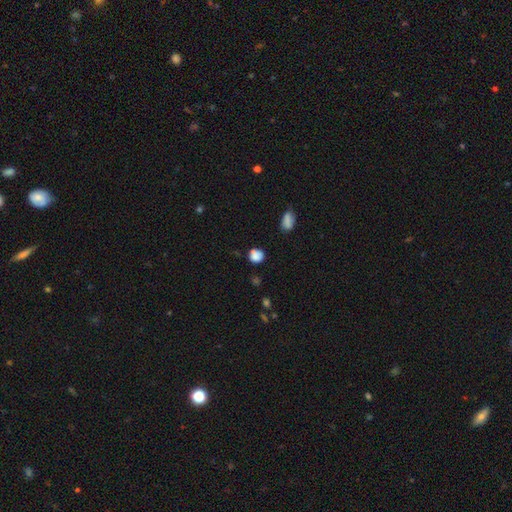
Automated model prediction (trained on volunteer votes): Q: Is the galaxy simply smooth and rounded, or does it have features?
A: smooth — 81%.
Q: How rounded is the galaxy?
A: round — 78%.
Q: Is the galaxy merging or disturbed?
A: none — 70%.